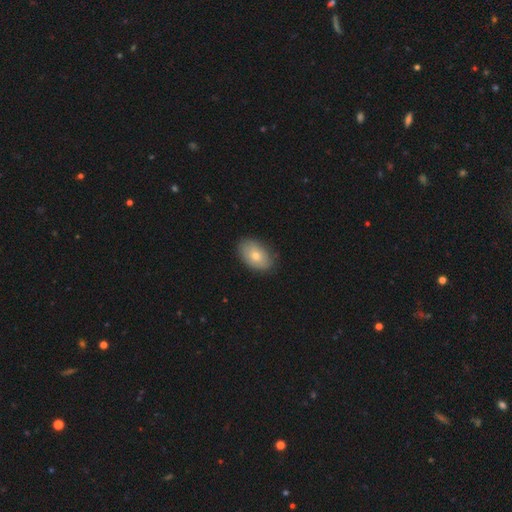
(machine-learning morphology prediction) Smooth or featured? smooth (72%)
How rounded? in between (89%)
Merging? none (83%)